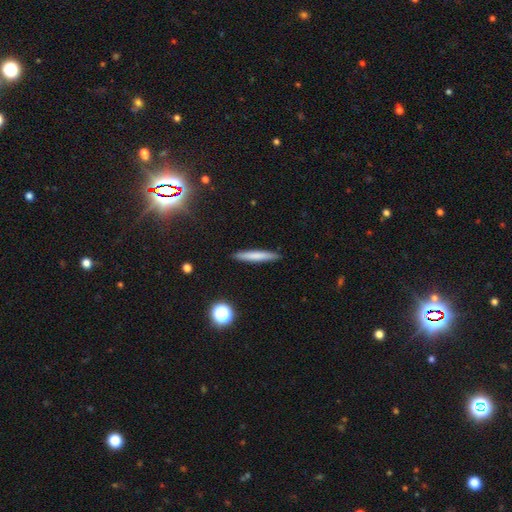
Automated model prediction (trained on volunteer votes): Smooth or featured? smooth (70%)
How rounded? cigar-shaped (95%)
Merging? none (91%)